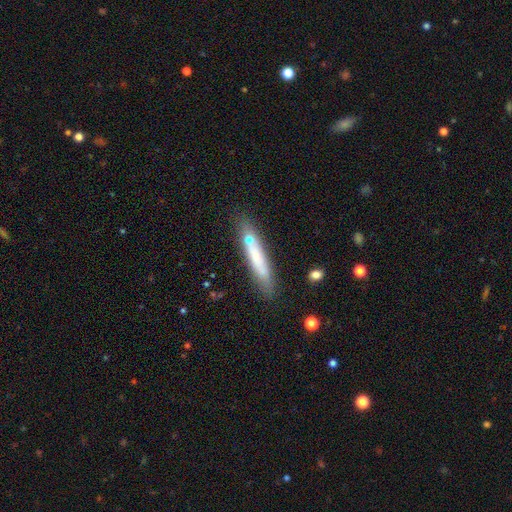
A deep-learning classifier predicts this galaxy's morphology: This appears to be a smooth galaxy with no disk features (59%) that is cigar-shaped (91%). Merging: none (75%).